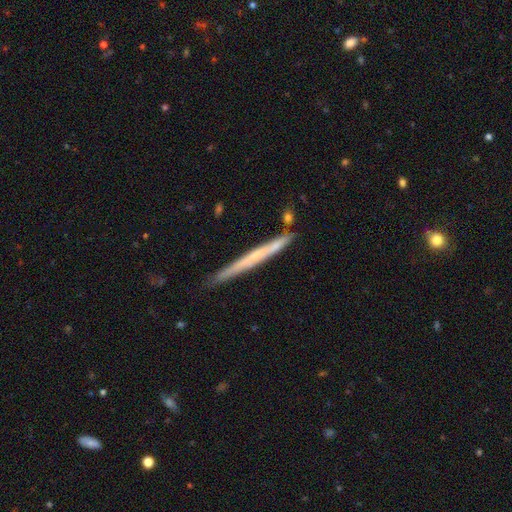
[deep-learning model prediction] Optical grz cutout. It shows a featured or disk galaxy (53%) viewed edge-on (96%) with no central bulge (79%). Merging: none (80%).